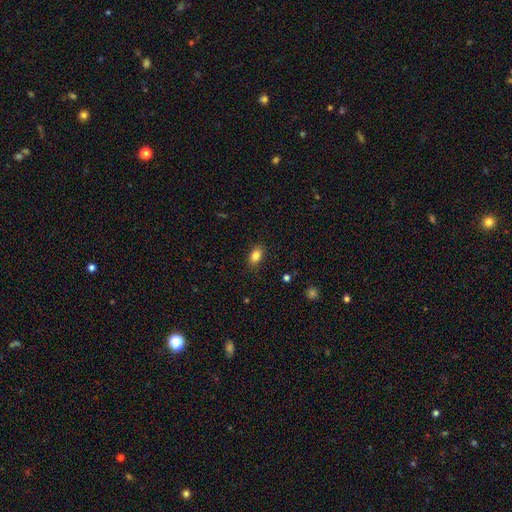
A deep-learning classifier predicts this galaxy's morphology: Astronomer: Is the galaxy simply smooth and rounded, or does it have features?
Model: smooth — 84%.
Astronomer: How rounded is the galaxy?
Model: in between — 85%.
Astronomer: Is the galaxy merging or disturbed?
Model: none — 86%.